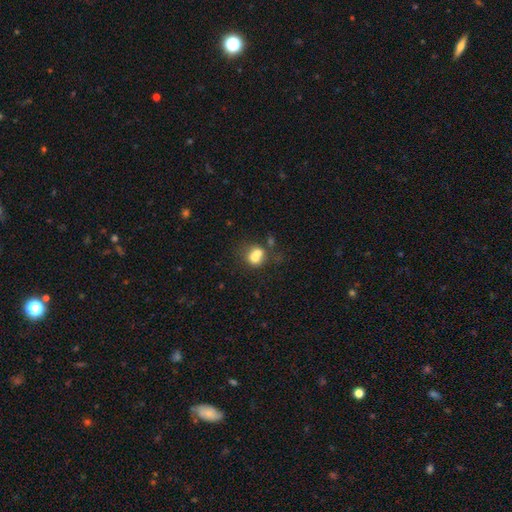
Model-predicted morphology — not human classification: Smooth or featured? Predicted: smooth (p=0.65). How rounded? Predicted: round (p=0.72). Merging? Predicted: merger (p=0.59).